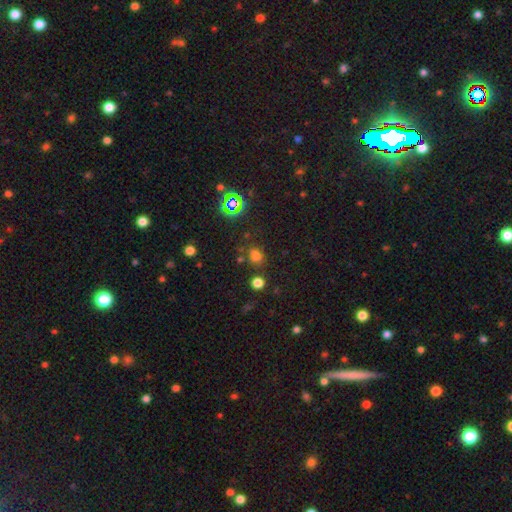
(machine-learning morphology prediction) This appears to be a smooth galaxy with no disk features (67%) that is round (67%). Merging: none (74%).